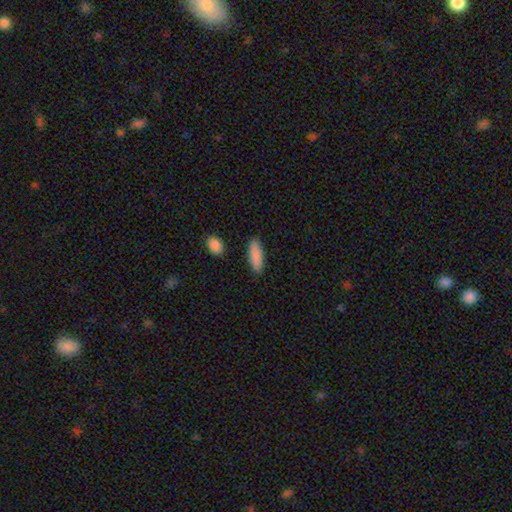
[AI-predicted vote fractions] smooth-or-featured: smooth: 88% | star or artifact: 6% | featured or disk: 6%
  how-rounded: in between: 59% | cigar-shaped: 39% | round: 2%
  merging: none: 87% | minor disturbance: 8% | merger: 2% | major disturbance: 2%